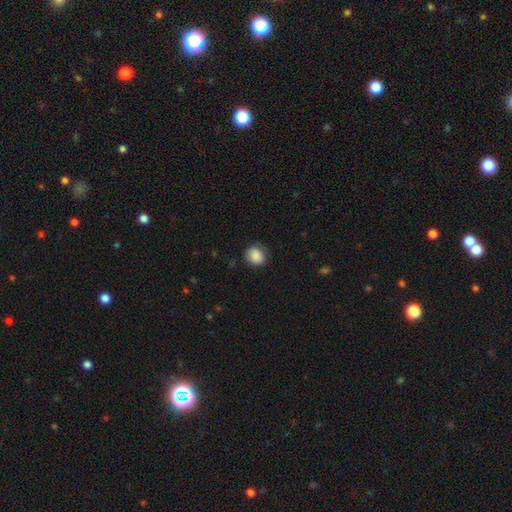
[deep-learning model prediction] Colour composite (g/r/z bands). It shows a smooth galaxy with no disk features (87%) that is round (75%). Merging: none (78%).